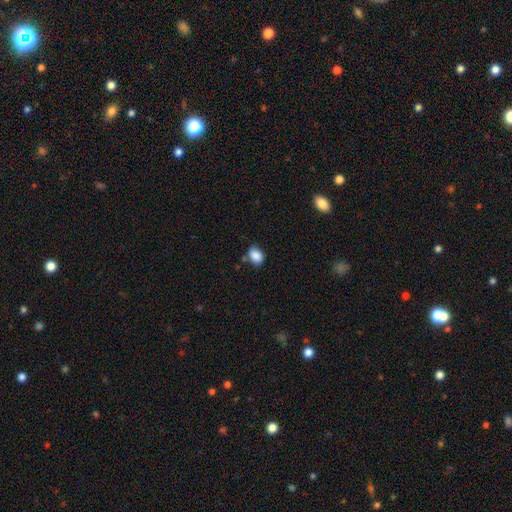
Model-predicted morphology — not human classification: The model was most divided on "how rounded": in between: 71%, round: 28%, cigar-shaped: 1%. More confident: smooth or featured — smooth (87%); merging — none (67%).